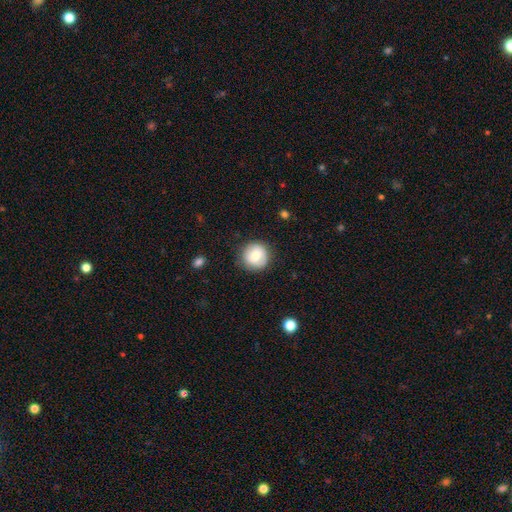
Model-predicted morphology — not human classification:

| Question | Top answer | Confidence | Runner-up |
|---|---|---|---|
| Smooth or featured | smooth | 73% | featured or disk (19%) |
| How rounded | round | 93% | in between (6%) |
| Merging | none | 83% | minor disturbance (13%) |